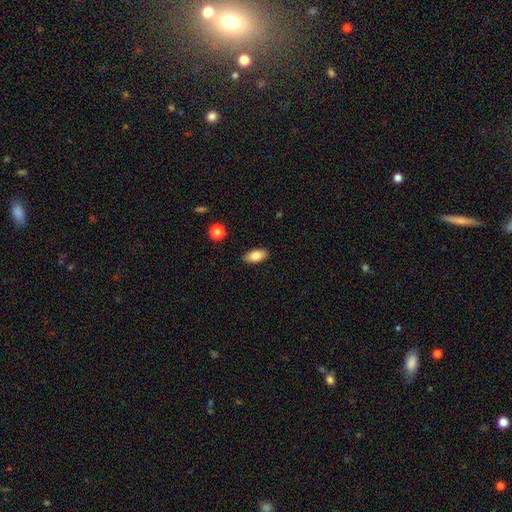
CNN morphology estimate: A smooth galaxy with no disk features (82%) that is in between round and cigar-shaped (90%). Merging: none (89%).